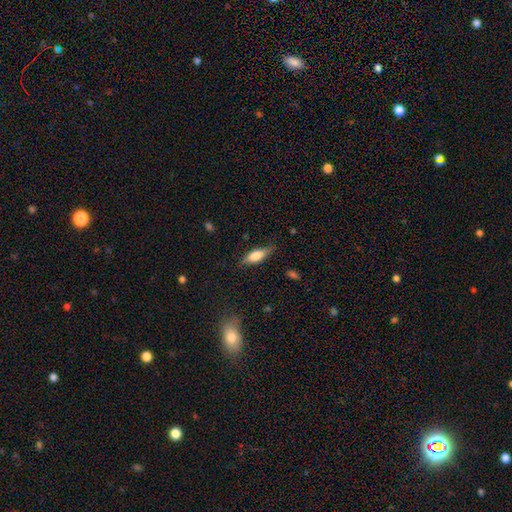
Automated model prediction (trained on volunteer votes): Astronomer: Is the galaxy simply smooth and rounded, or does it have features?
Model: smooth — 65%.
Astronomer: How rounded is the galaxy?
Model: in between — 64%.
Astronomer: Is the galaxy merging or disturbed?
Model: none — 76%.